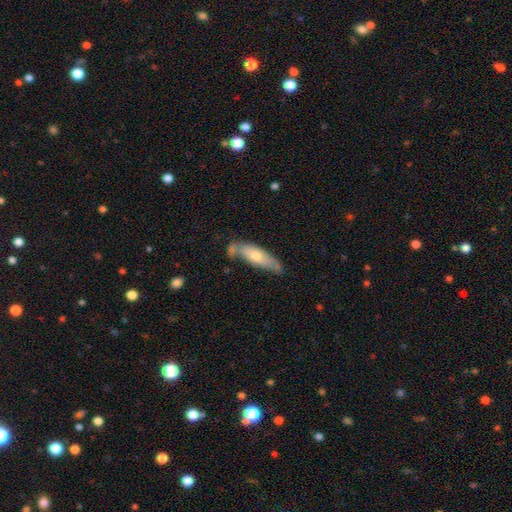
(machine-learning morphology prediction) A smooth galaxy with no disk features (57%) that is cigar-shaped (60%). Merging: none (50%).